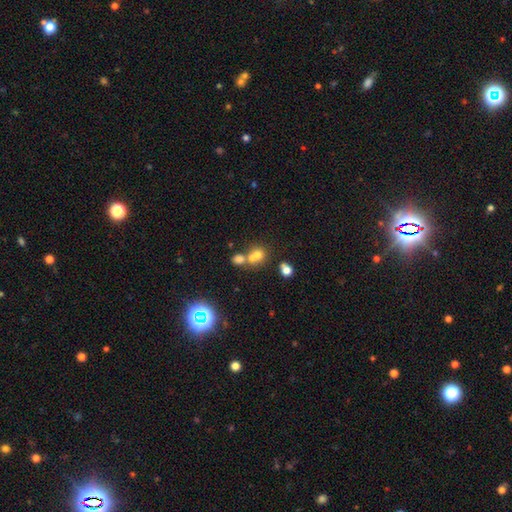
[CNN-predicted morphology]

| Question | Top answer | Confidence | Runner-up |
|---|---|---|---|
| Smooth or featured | smooth | 63% | star or artifact (23%) |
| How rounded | round | 76% | in between (22%) |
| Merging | merger | 51% | none (39%) |